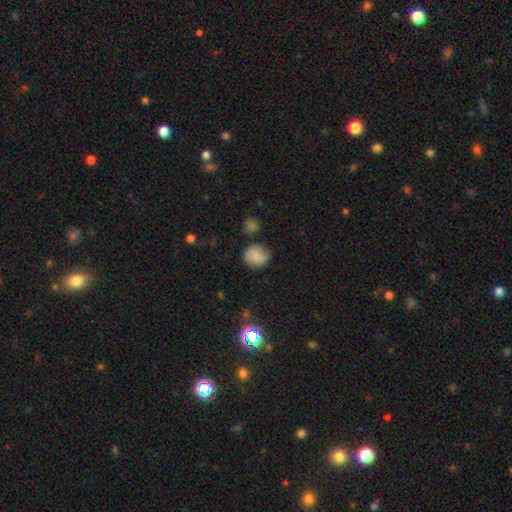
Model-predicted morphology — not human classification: smooth_or_featured: smooth (p=0.72) [alt: featured or disk p=0.18]
how_rounded: round (p=0.79) [alt: in between p=0.20]
merging: none (p=0.67) [alt: minor disturbance p=0.21]